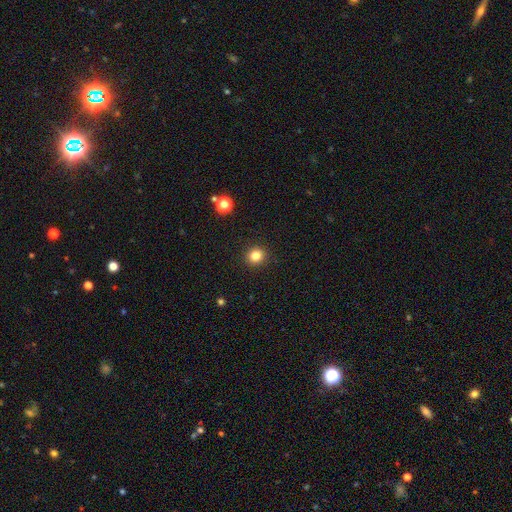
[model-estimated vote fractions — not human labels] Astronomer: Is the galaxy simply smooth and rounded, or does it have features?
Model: smooth — 82%.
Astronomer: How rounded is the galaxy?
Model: round — 89%.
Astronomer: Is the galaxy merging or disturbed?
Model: none — 92%.